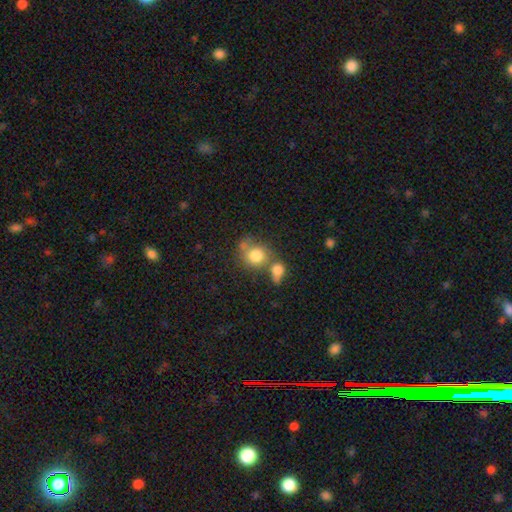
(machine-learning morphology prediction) Q: Smooth or featured?
A: smooth (78%); runner-up: featured or disk (13%)
Q: How rounded?
A: round (76%); runner-up: in between (23%)
Q: Merging?
A: merger (42%); runner-up: none (39%)